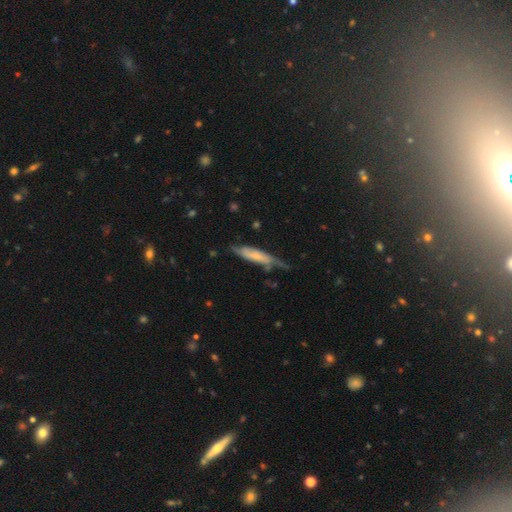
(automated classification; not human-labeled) Overall: featured or disk (49%; smooth 45%). Merging: none (50%; minor disturbance 32%).